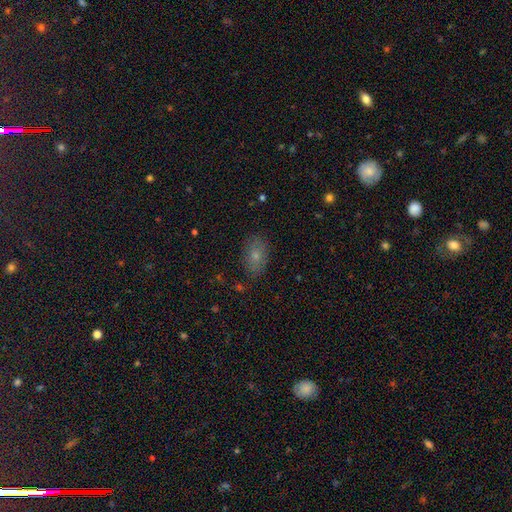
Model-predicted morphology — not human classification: Smooth or featured?
  - smooth: 73% *
  - featured or disk: 16%
  - star or artifact: 11%
How rounded?
  - in between: 88% *
  - round: 9%
  - cigar-shaped: 2%
Merging?
  - none: 81% *
  - minor disturbance: 14%
  - major disturbance: 3%
  - merger: 1%